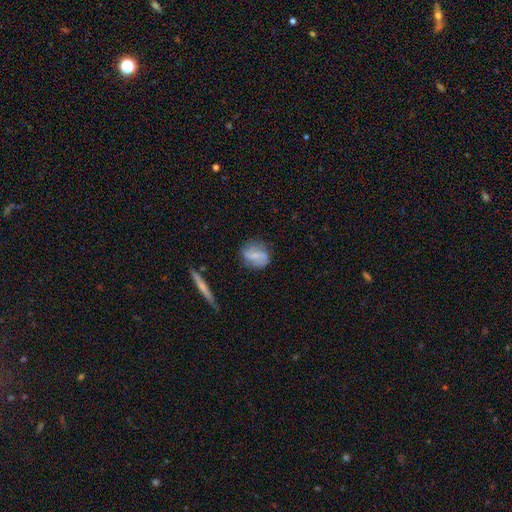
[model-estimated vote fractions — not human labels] Smooth or featured?
  - smooth: 48% *
  - featured or disk: 44%
  - star or artifact: 8%
Merging?
  - none: 71% *
  - minor disturbance: 20%
  - major disturbance: 6%
  - merger: 2%